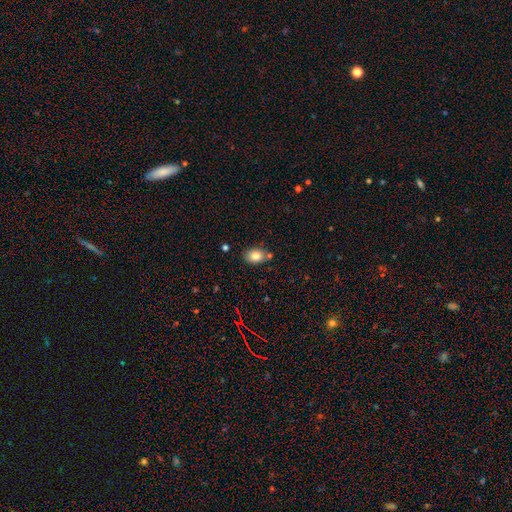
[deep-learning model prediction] smooth-or-featured: smooth: 81% | featured or disk: 9% | star or artifact: 9%
  how-rounded: in between: 75% | round: 24% | cigar-shaped: 1%
  merging: none: 75% | minor disturbance: 14% | merger: 8% | major disturbance: 3%